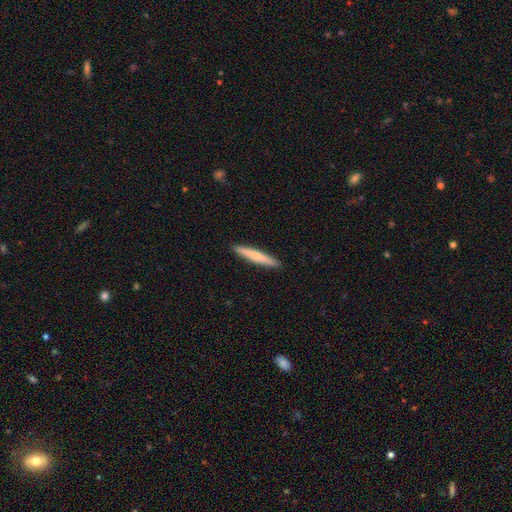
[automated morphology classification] A smooth galaxy with no disk features (66%) that is cigar-shaped (95%).

Vote fractions:
- Smooth or featured? smooth: 66% / featured or disk: 29% / star or artifact: 5%
- How rounded? cigar-shaped: 95% / in between: 4% / round: 1%
- Merging? none: 92% / minor disturbance: 5% / major disturbance: 1% / merger: 1%